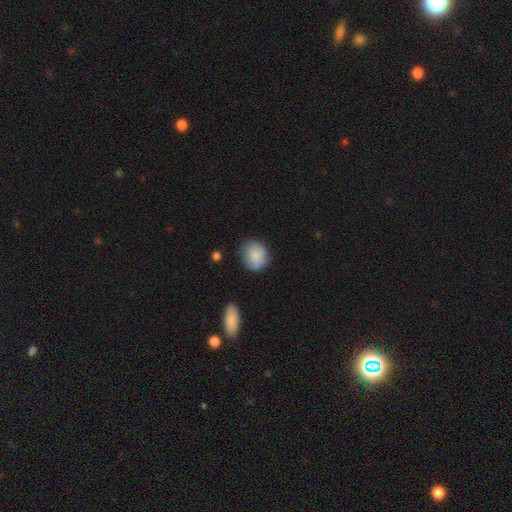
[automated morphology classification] smooth-or-featured: smooth: 86% | featured or disk: 7% | star or artifact: 7%
  how-rounded: round: 75% | in between: 24% | cigar-shaped: 1%
  merging: none: 77% | minor disturbance: 17% | major disturbance: 4% | merger: 2%